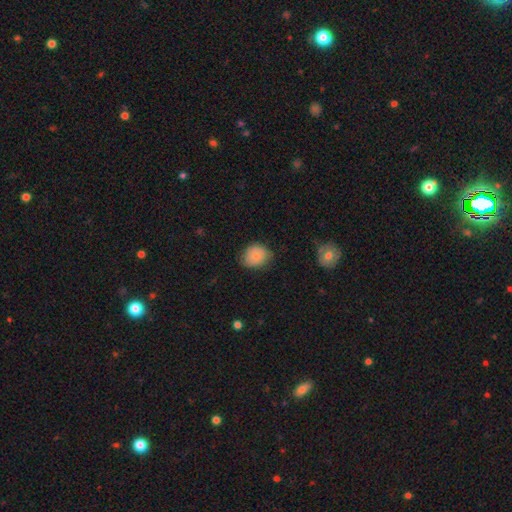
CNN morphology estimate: A smooth galaxy with no disk features (80%) that is round (61%). Merging: none (69%).